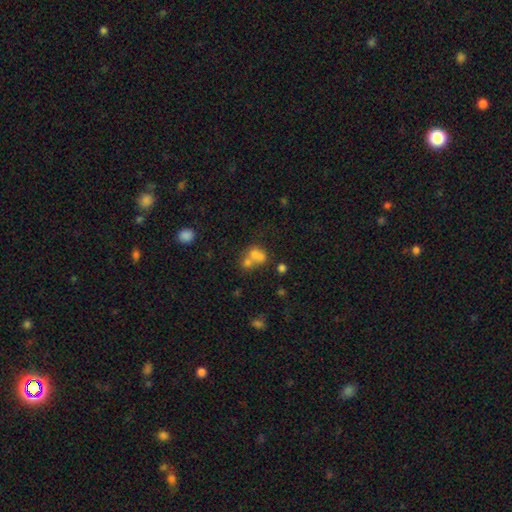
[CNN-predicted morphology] smooth 68%, featured or disk 19%, star or artifact 13%. Down the decision tree: how rounded — in between (57%); merging — merger (64%).